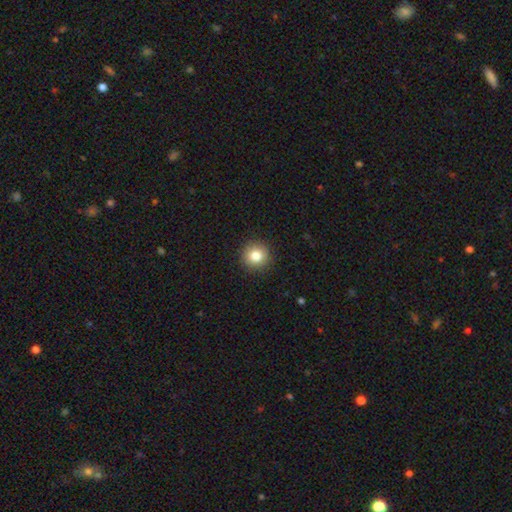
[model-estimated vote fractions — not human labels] A smooth galaxy with no disk features (82%) that is round (94%).

Vote fractions:
- Smooth or featured? smooth: 82% / star or artifact: 11% / featured or disk: 7%
- How rounded? round: 94% / in between: 5% / cigar-shaped: 1%
- Merging? none: 92% / minor disturbance: 5% / major disturbance: 2% / merger: 1%